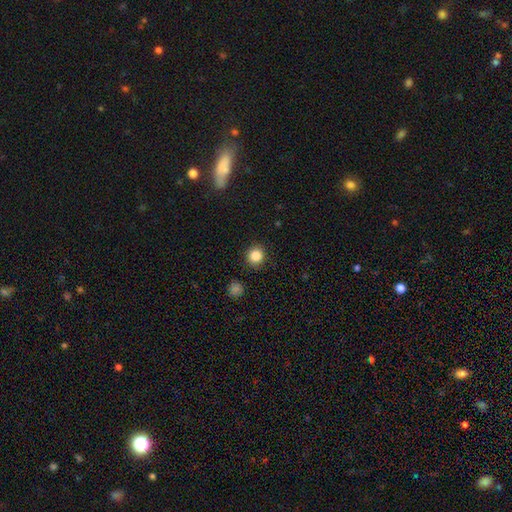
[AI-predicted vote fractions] smooth 85%, star or artifact 11%, featured or disk 5%. Down the decision tree: how rounded — round (91%); merging — none (91%).